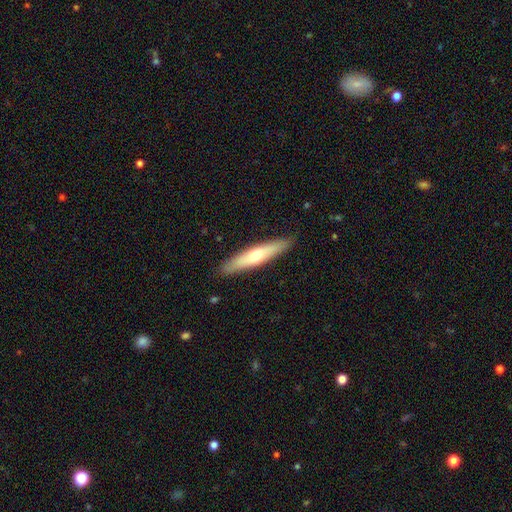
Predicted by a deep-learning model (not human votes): Morphology: type=smooth (54%); roundness=cigar-shaped (86%); merging=none (90%).